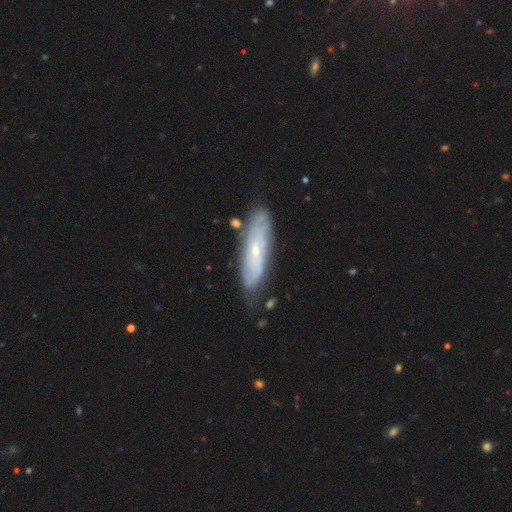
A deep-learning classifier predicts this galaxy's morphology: featured or disk 65%, smooth 28%, star or artifact 7%. Down the decision tree: edge-on disk — no (73%); merging — none (74%).